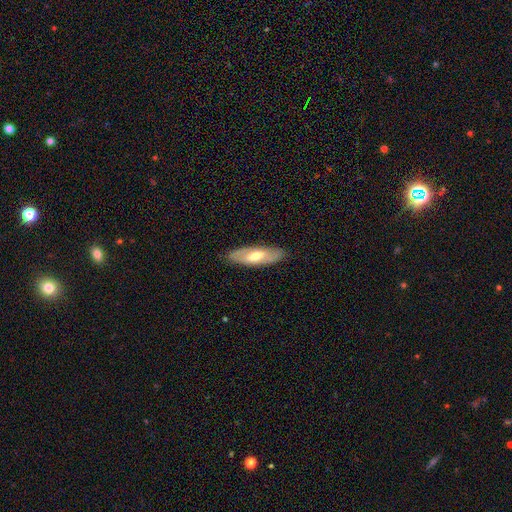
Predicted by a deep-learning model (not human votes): Smooth or featured? smooth (47%, tied with featured or disk)
Merging? none (86%)